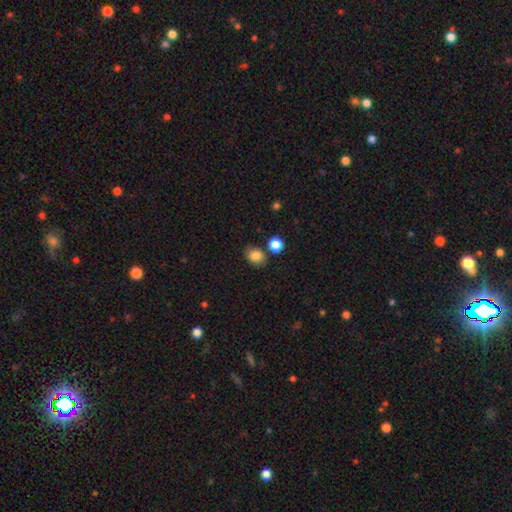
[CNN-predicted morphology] smooth 84%, star or artifact 10%, featured or disk 6%. Down the decision tree: how rounded — round (51%); merging — none (77%).